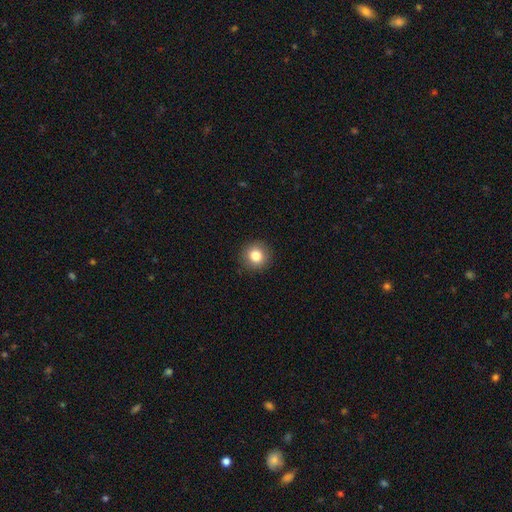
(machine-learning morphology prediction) The model was most divided on "smooth or featured": smooth: 82%, star or artifact: 10%, featured or disk: 8%. More confident: how rounded — round (93%); merging — none (92%).